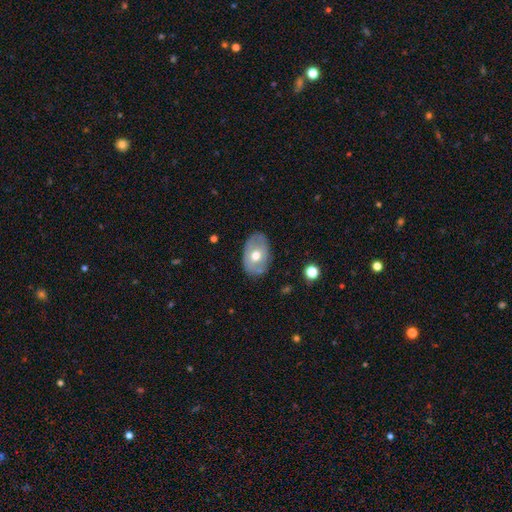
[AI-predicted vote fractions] Morphology: type=smooth (55%); roundness=in between (85%); merging=none (77%).